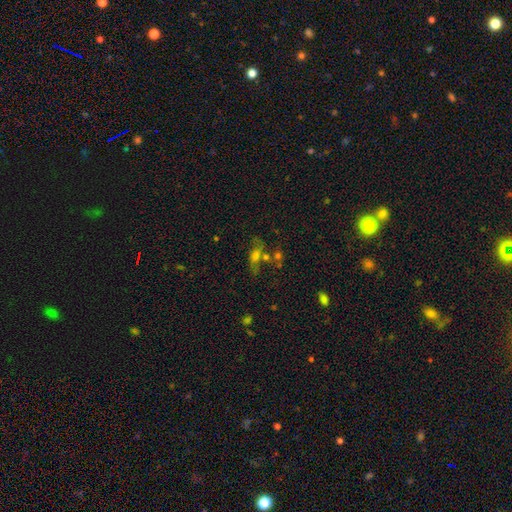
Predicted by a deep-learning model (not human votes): Smooth or featured: smooth — 50% (featured or disk — 30%)
Merging: none — 37% (merger — 33%)